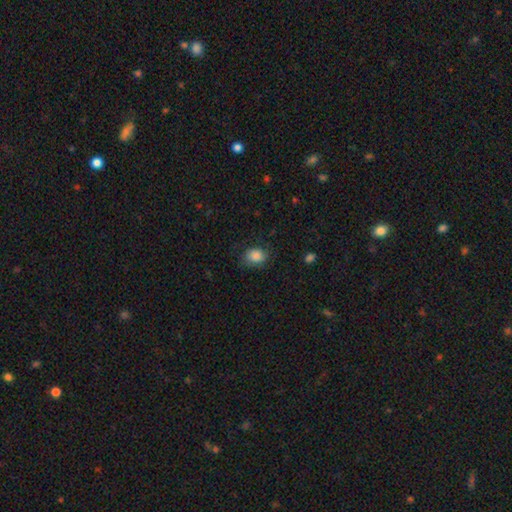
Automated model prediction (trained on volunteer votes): smooth 85%, star or artifact 8%, featured or disk 6%. Down the decision tree: how rounded — in between (56%); merging — none (72%).